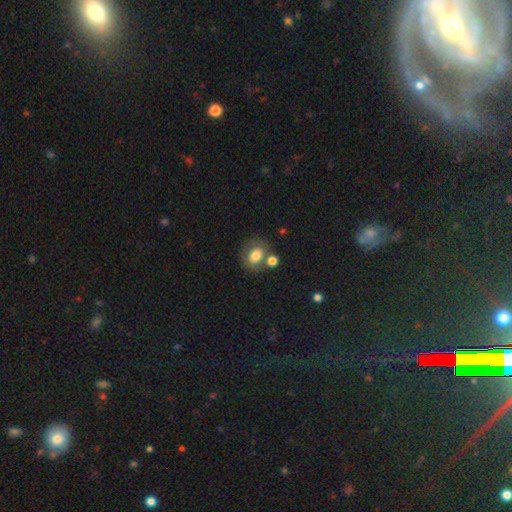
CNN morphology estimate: A smooth galaxy with no disk features (75%) that is in between round and cigar-shaped (53%). Merging: none (57%).